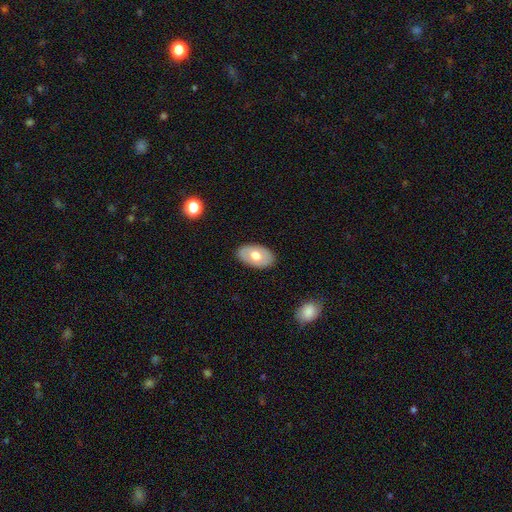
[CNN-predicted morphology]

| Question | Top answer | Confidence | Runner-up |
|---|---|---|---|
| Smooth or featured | smooth | 60% | featured or disk (34%) |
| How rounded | in between | 92% | round (7%) |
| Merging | none | 86% | minor disturbance (10%) |